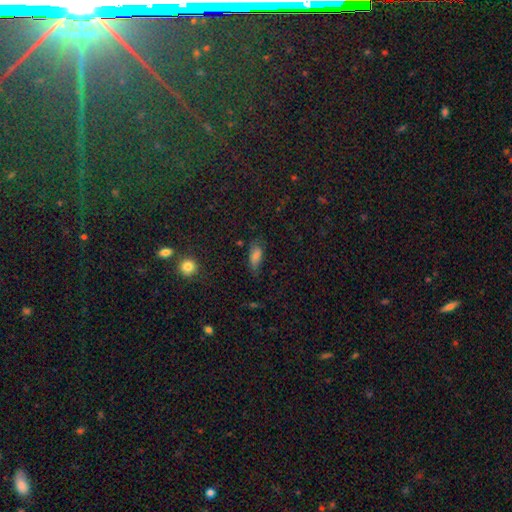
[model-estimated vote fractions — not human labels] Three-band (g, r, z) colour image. It shows a smooth galaxy with no disk features (73%) that is in between round and cigar-shaped (74%). Merging: none (63%).